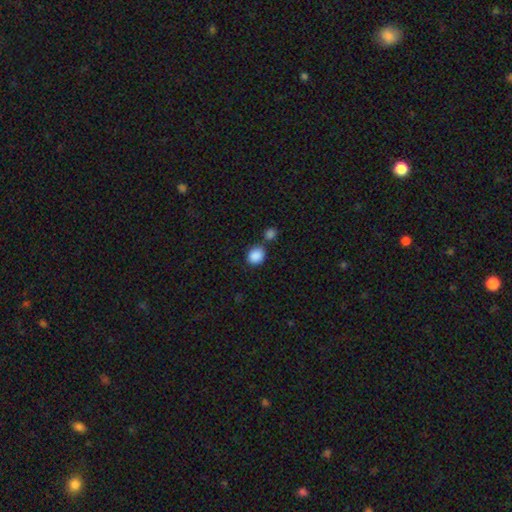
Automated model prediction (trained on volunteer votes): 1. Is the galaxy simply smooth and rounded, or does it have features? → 88% smooth, 9% star or artifact, 3% featured or disk.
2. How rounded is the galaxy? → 74% round, 25% in between, 1% cigar-shaped.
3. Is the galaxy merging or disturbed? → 65% none, 19% merger, 12% minor disturbance, 4% major disturbance.